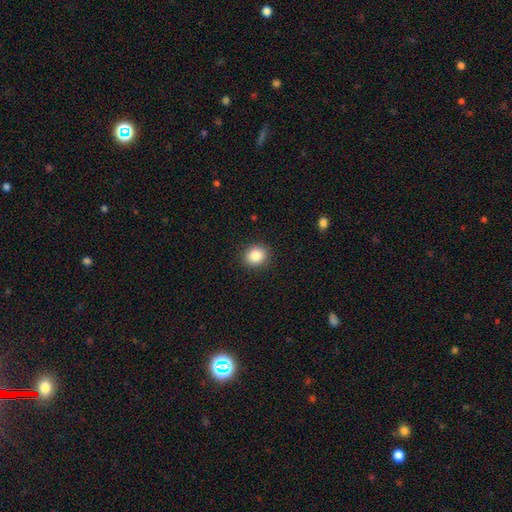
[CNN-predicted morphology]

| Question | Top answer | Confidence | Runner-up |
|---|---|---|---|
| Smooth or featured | smooth | 86% | star or artifact (9%) |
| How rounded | round | 76% | in between (23%) |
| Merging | none | 90% | minor disturbance (7%) |